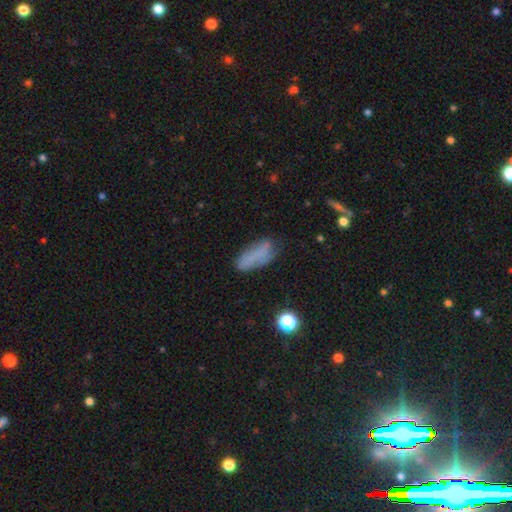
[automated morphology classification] A smooth galaxy with no disk features (68%) that is in between round and cigar-shaped (61%). Merging: none (58%).